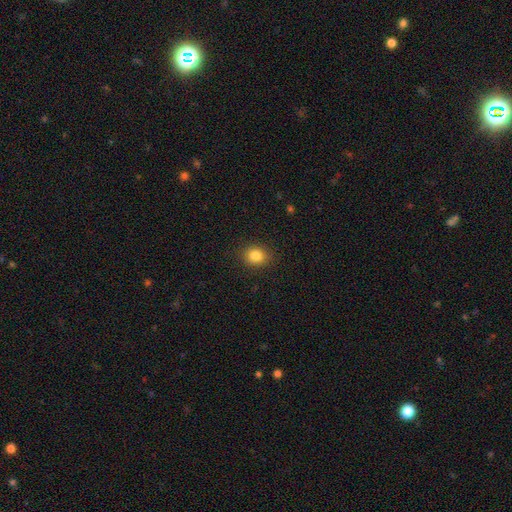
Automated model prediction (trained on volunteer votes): The model was most divided on "how rounded": round: 71%, in between: 28%, cigar-shaped: 1%. More confident: merging — none (89%); smooth or featured — smooth (83%).